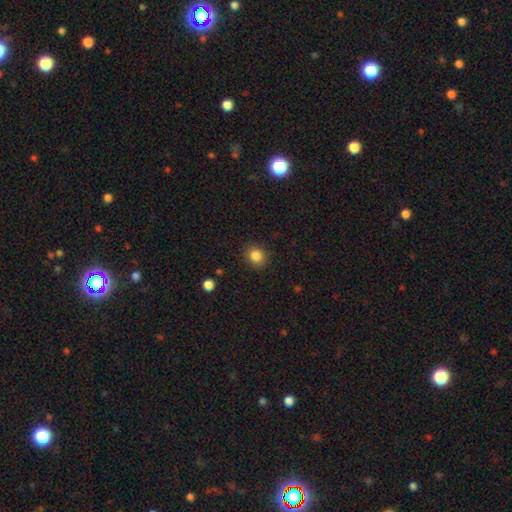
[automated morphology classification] Smooth or featured? smooth (85%)
How rounded? round (68%)
Merging? none (88%)